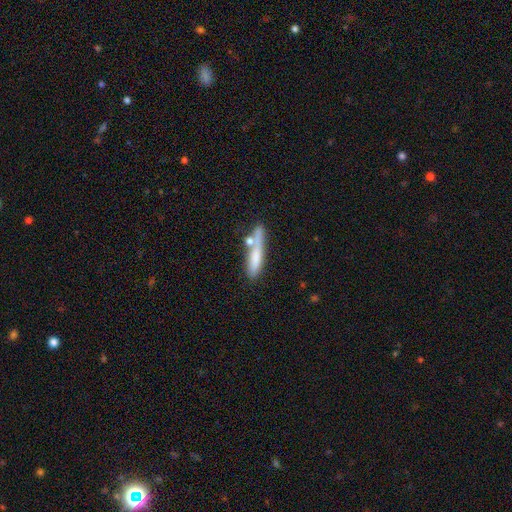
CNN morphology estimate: smooth_or_featured: smooth (p=0.67) [alt: featured or disk p=0.25]
how_rounded: cigar-shaped (p=0.83) [alt: in between p=0.14]
merging: none (p=0.55) [alt: merger p=0.20]